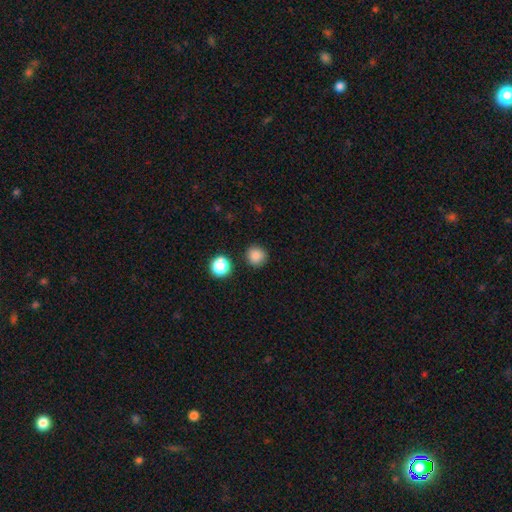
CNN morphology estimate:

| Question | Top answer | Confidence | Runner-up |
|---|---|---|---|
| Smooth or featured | smooth | 85% | star or artifact (11%) |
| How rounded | round | 93% | in between (6%) |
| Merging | none | 88% | minor disturbance (7%) |